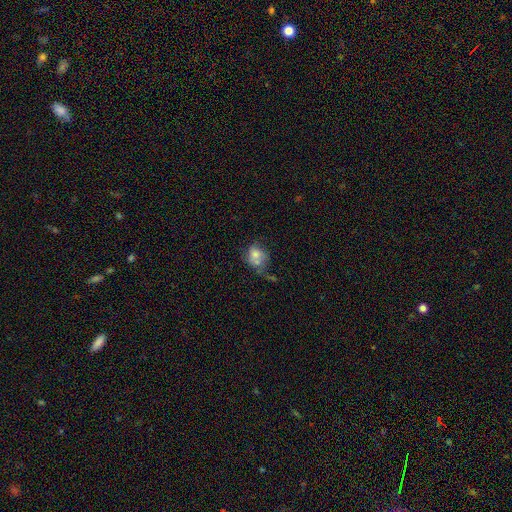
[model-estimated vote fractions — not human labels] Overall: smooth (65%). How rounded: round (55%; in between 44%). Merging: none (32%; merger 26%).